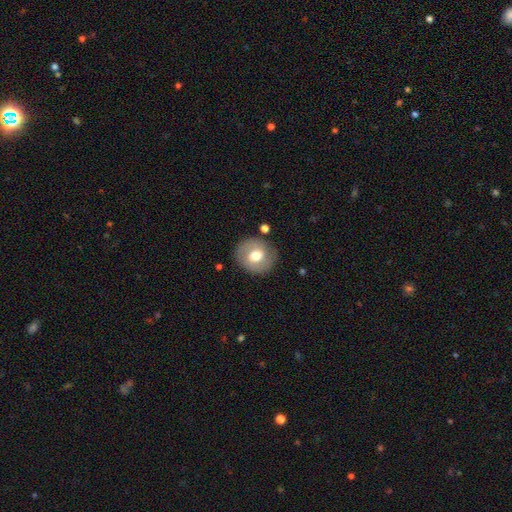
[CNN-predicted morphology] A smooth galaxy with no disk features (61%) that is round (80%). Merging: none (83%).